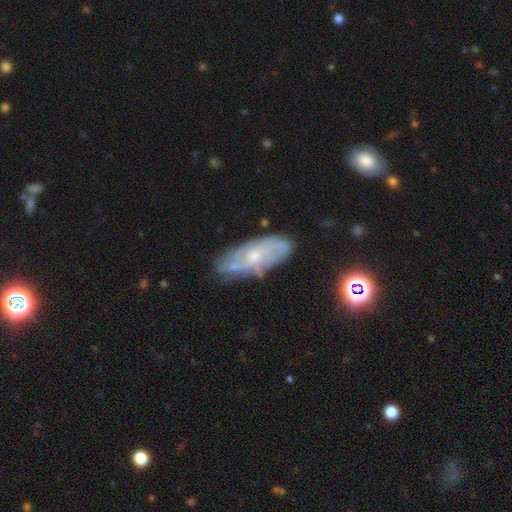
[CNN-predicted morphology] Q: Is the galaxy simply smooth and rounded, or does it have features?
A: featured or disk — 68%.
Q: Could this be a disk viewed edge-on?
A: no — 88%.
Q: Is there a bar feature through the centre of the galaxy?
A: no — 73%.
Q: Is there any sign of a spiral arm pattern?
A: yes — 77%.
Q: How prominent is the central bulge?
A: small — 59%.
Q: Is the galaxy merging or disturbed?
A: none — 67%.